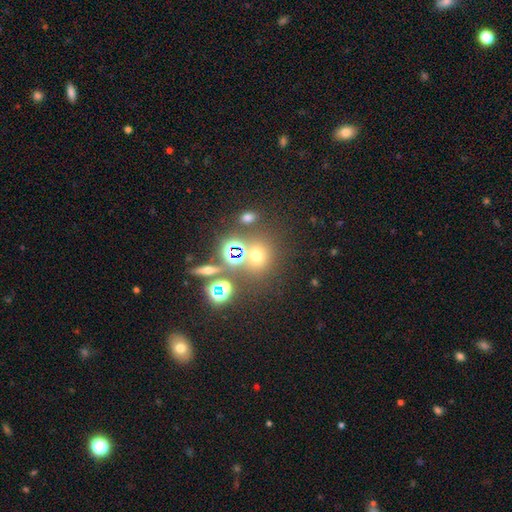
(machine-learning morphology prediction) A smooth galaxy with no disk features (51%) that is round (77%). Merging: none (70%).